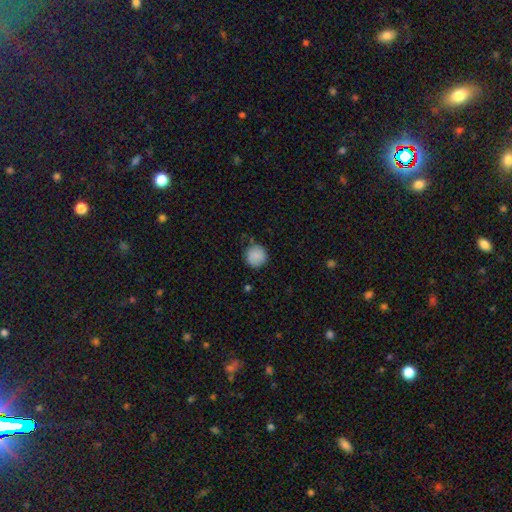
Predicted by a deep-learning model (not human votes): Morphology: type=smooth (87%); roundness=round (94%); merging=none (85%).